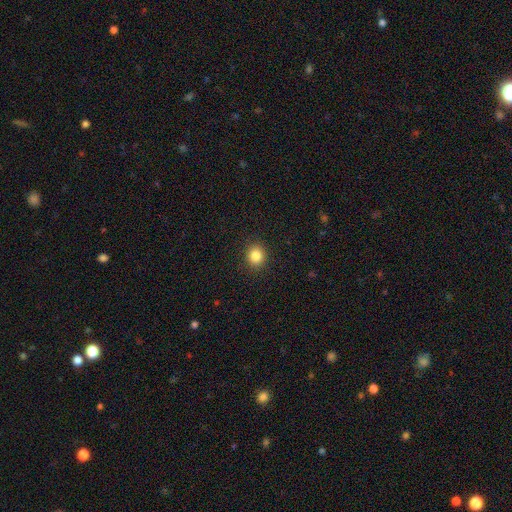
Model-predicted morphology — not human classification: The model was most divided on "how rounded": round: 80%, in between: 19%, cigar-shaped: 1%. More confident: merging — none (91%); smooth or featured — smooth (84%).